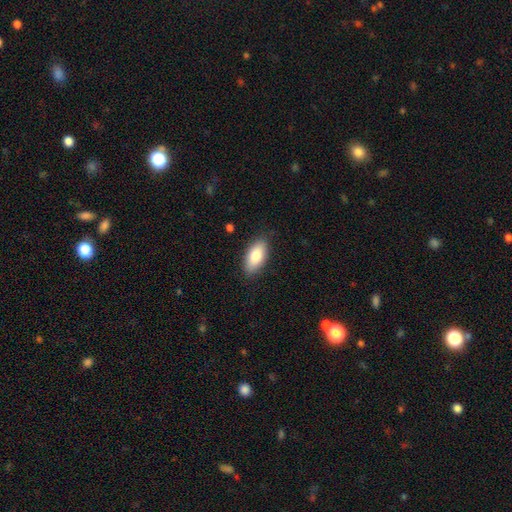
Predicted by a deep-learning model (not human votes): Overall: smooth (82%). How rounded: in between (90%). Merging: none (85%).